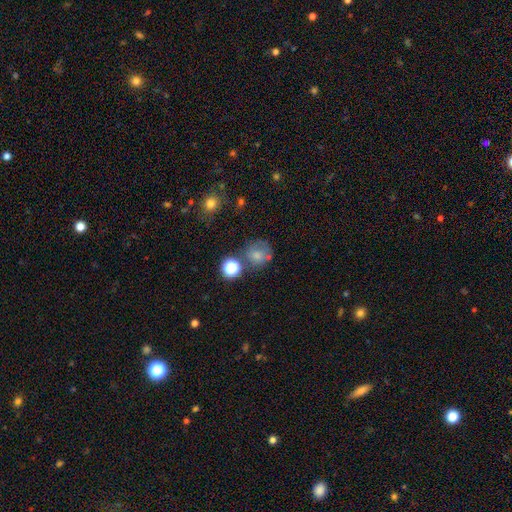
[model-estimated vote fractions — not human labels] This appears to be a smooth galaxy with no disk features (57%) that is round (86%). Merging: none (67%).